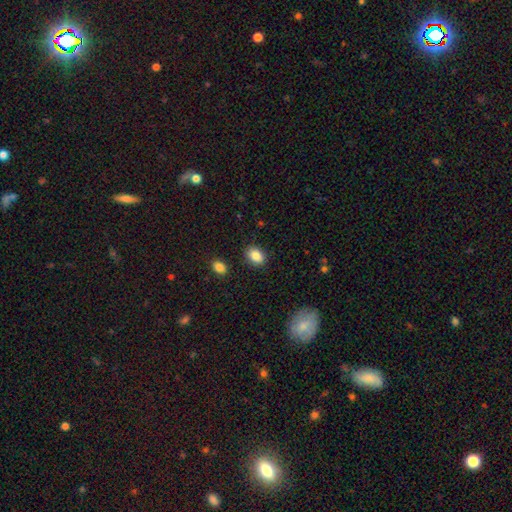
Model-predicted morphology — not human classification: Smooth or featured: smooth — 86% (star or artifact — 8%)
How rounded: in between — 73% (round — 26%)
Merging: none — 87% (minor disturbance — 9%)